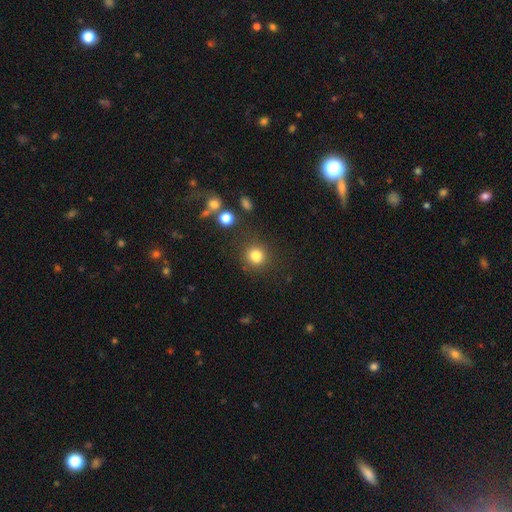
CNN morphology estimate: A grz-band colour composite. It shows a smooth galaxy with no disk features (82%) that is round (89%). Merging: none (83%).